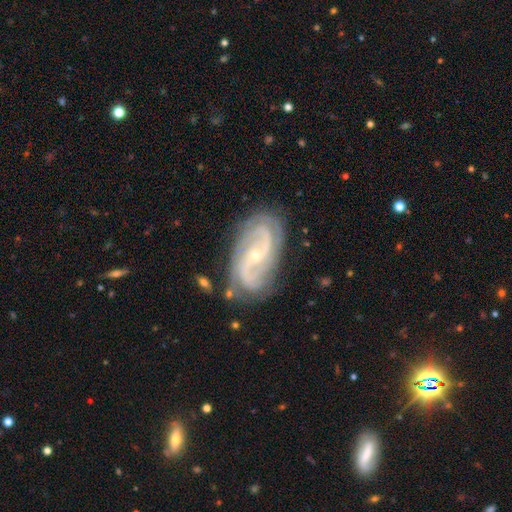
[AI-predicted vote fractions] This is clearly a featured or disk galaxy (89%). It is clearly not viewed edge-on (96%). Bar: possibly no (50%). Spiral arm pattern: clearly yes (97%). Spiral arm count: possibly 2 (52%). Spiral winding: marginally medium (44%). Central bulge: likely small (77%). Merging: likely none (76%).